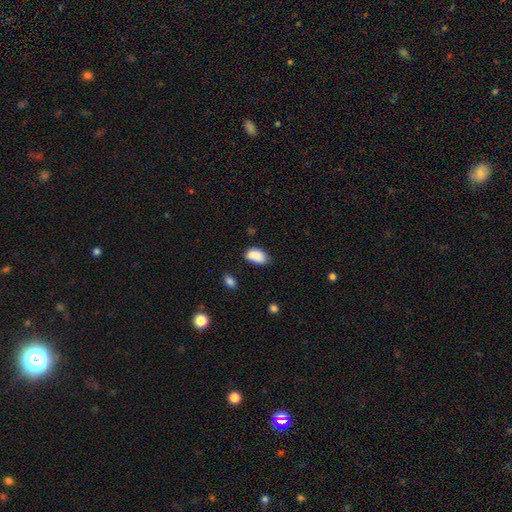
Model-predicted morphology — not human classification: Smooth or featured? smooth (85%)
How rounded? in between (92%)
Merging? none (56%)